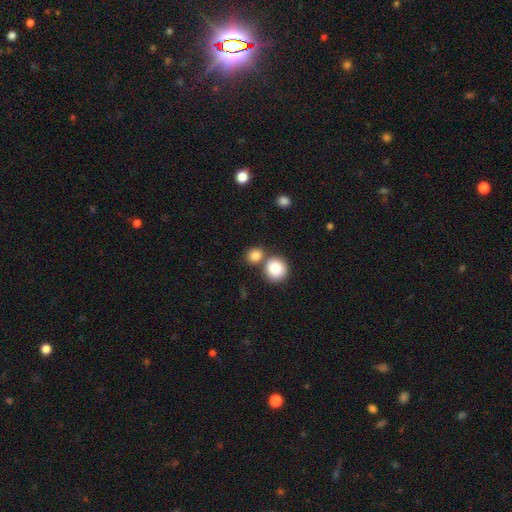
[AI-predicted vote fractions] The model was most divided on "merging": none: 55%, merger: 35%, minor disturbance: 8%, major disturbance: 3%. More confident: smooth or featured — smooth (85%); how rounded — round (78%).